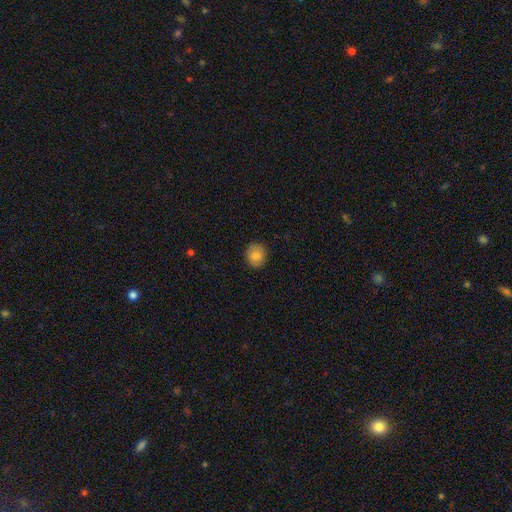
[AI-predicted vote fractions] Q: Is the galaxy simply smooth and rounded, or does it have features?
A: smooth — 83%.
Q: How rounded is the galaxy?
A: round — 80%.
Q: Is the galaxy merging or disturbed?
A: none — 87%.